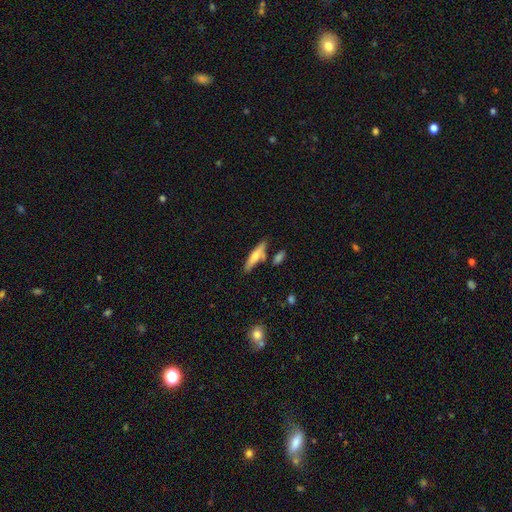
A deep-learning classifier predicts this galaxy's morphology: Smooth or featured: smooth — 60% (featured or disk — 34%)
How rounded: cigar-shaped — 75% (in between — 23%)
Merging: none — 67% (merger — 15%)